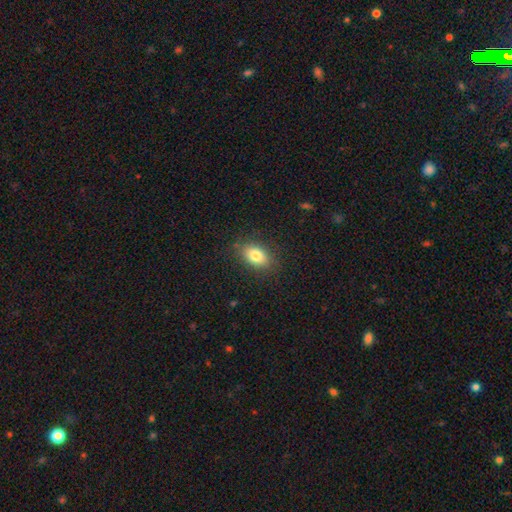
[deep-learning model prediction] Smooth or featured? smooth (81%)
How rounded? in between (85%)
Merging? none (84%)